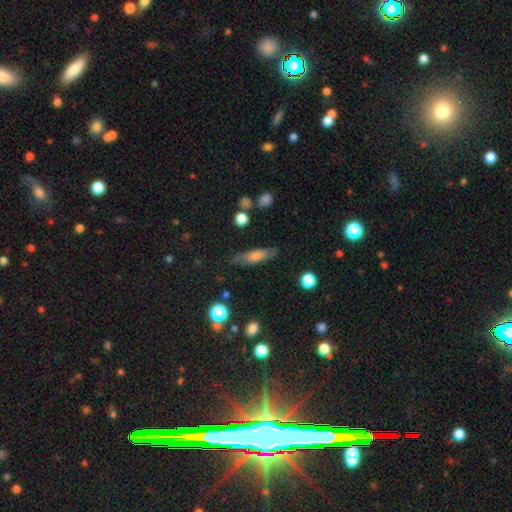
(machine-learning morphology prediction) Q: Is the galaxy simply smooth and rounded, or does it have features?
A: smooth — 63%.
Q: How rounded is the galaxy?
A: cigar-shaped — 63%.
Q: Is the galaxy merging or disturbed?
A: none — 80%.